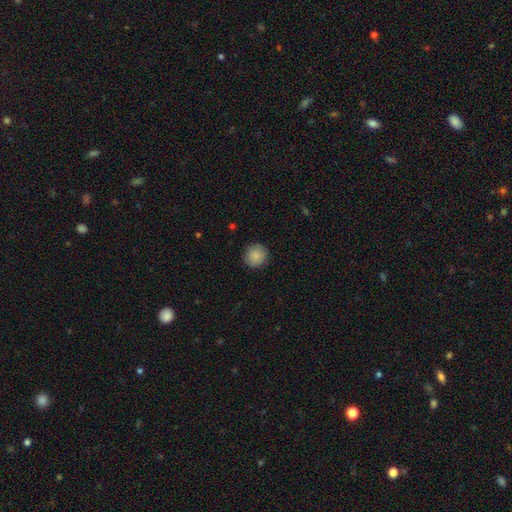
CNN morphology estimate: smooth 88%, star or artifact 8%, featured or disk 4%. Down the decision tree: how rounded — round (93%); merging — none (90%).